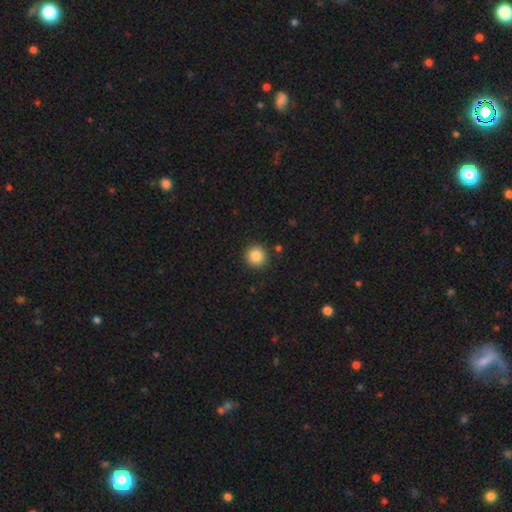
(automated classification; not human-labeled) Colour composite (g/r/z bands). It shows a smooth galaxy with no disk features (86%) that is round (94%). Merging: none (91%).